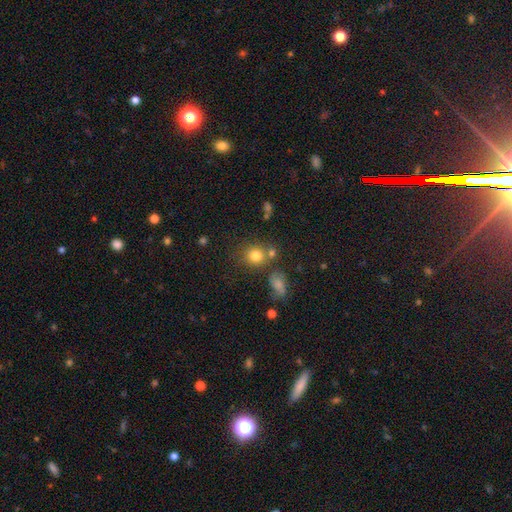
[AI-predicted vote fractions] Morphology: type=smooth (79%); roundness=round (81%); merging=none (65%).